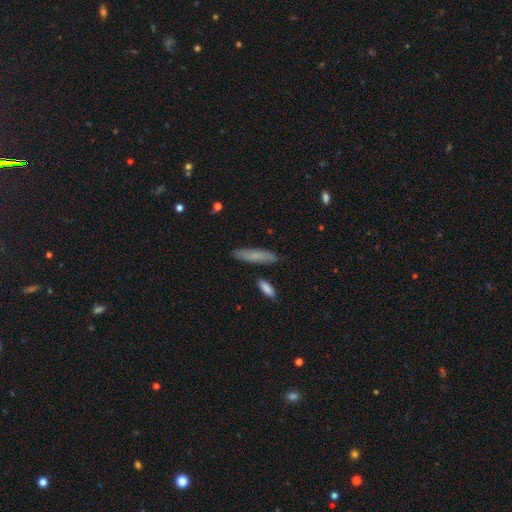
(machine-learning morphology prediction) Overall: smooth (68%). How rounded: cigar-shaped (81%). Merging: none (84%).